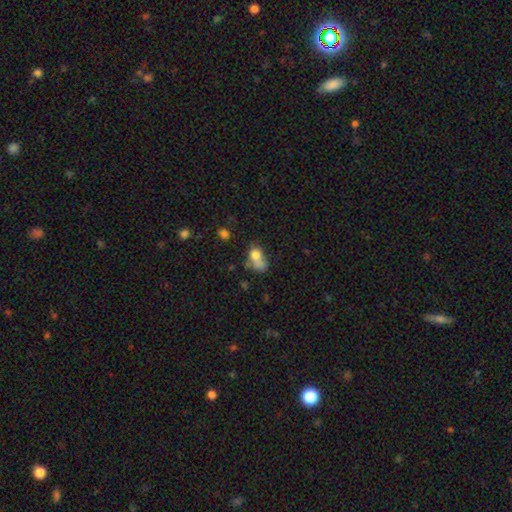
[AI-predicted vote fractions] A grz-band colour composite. It shows a smooth galaxy with no disk features (73%) that is in between round and cigar-shaped (63%). Merging: merger (36%).